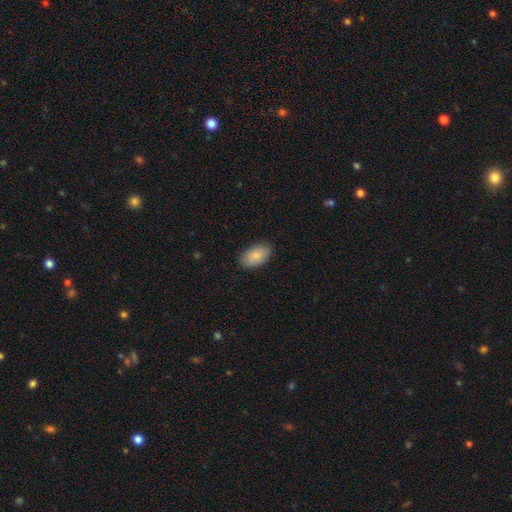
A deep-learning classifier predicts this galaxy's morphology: type=smooth (86%); roundness=in between (93%); merging=none (87%).